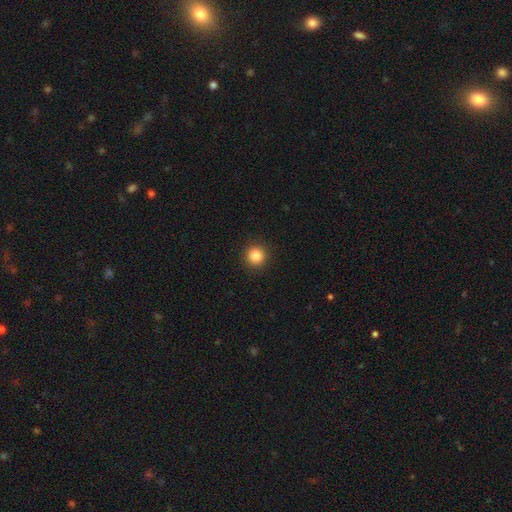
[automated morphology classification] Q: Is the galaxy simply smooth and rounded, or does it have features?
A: smooth — 86%.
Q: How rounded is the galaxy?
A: round — 95%.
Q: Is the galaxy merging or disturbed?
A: none — 92%.